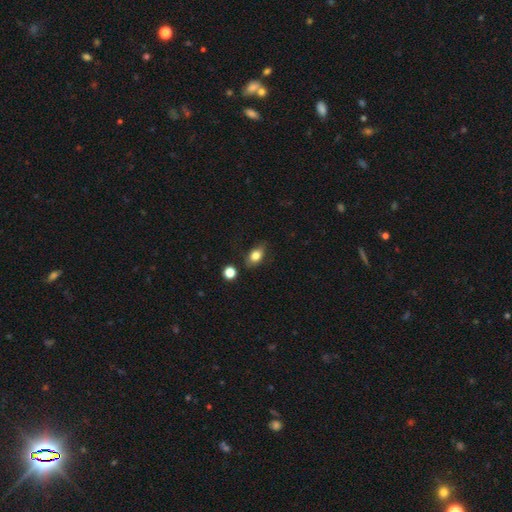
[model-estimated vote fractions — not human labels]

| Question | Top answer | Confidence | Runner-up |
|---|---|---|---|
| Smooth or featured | smooth | 79% | featured or disk (12%) |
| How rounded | in between | 80% | round (17%) |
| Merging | none | 76% | minor disturbance (17%) |